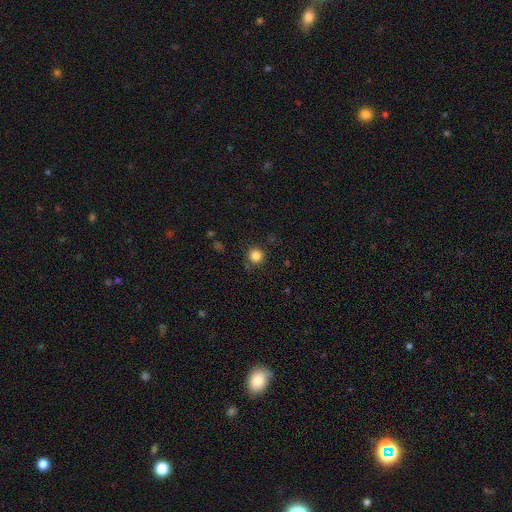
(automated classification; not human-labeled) Overall: smooth (84%). How rounded: round (95%). Merging: none (87%).